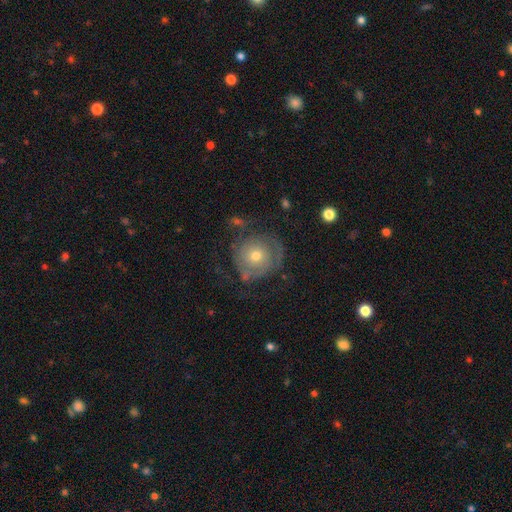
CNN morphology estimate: smooth_or_featured: featured or disk (p=0.56) [alt: smooth p=0.36]
disk_edge_on: no (p=0.97) [alt: yes p=0.03]
bar: no (p=0.87) [alt: weak p=0.11]
has_spiral_arms: yes (p=0.65) [alt: no p=0.35]
bulge_size: moderate (p=0.54) [alt: small p=0.41]
merging: none (p=0.57) [alt: minor disturbance p=0.21]